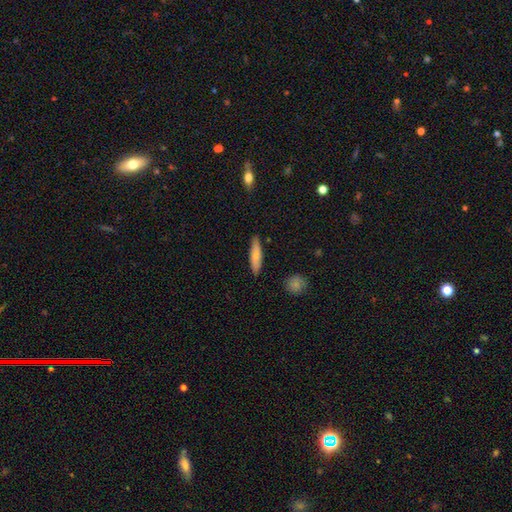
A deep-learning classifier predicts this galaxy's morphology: Q: Smooth or featured?
A: smooth (70%); runner-up: featured or disk (24%)
Q: How rounded?
A: cigar-shaped (73%); runner-up: in between (25%)
Q: Merging?
A: none (86%); runner-up: minor disturbance (11%)